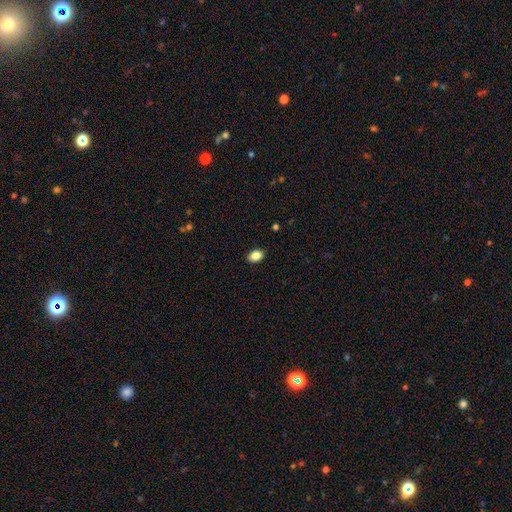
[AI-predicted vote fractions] smooth 86%, star or artifact 9%, featured or disk 5%. Down the decision tree: how rounded — in between (79%); merging — none (88%).